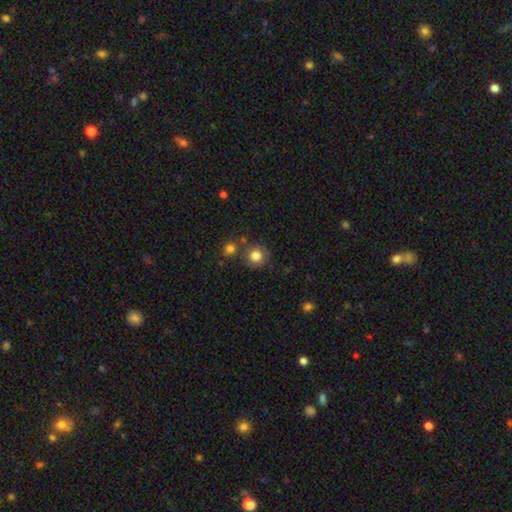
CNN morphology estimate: smooth-or-featured: smooth: 83% | star or artifact: 11% | featured or disk: 6%
  how-rounded: round: 91% | in between: 8% | cigar-shaped: 1%
  merging: none: 77% | merger: 10% | minor disturbance: 10% | major disturbance: 3%